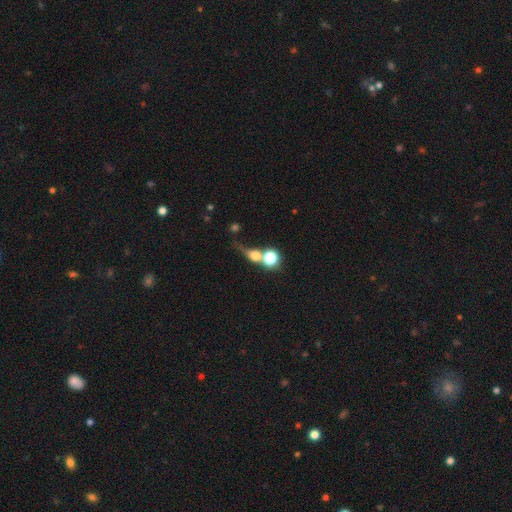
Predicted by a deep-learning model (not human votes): The model was most divided on "merging": merger: 42%, none: 33%, major disturbance: 14%, minor disturbance: 11%. More confident: how rounded — round (64%); smooth or featured — smooth (60%).